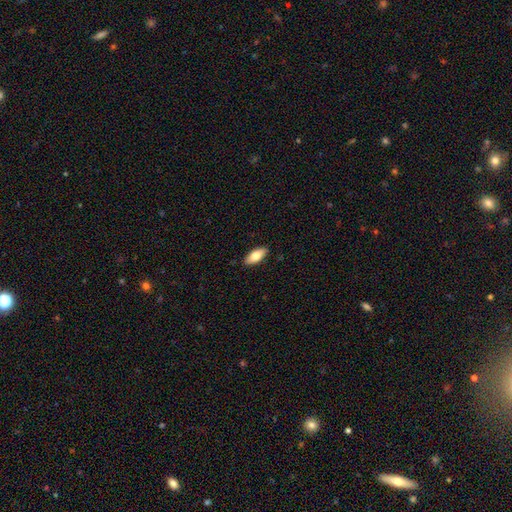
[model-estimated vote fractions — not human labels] smooth-or-featured: smooth: 77% | featured or disk: 17% | star or artifact: 6%
  how-rounded: in between: 86% | cigar-shaped: 12% | round: 2%
  merging: none: 89% | minor disturbance: 8% | major disturbance: 2% | merger: 1%